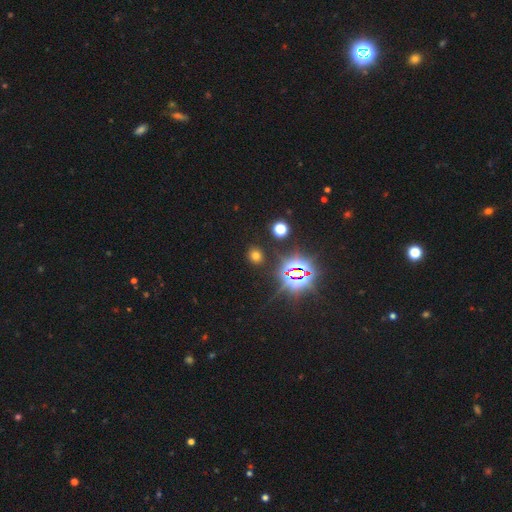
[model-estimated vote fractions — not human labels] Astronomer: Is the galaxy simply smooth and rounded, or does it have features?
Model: smooth — 59% (runner-up: star or artifact, 34%).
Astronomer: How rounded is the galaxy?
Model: round — 77%.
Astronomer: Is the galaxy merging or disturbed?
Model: none — 88%.